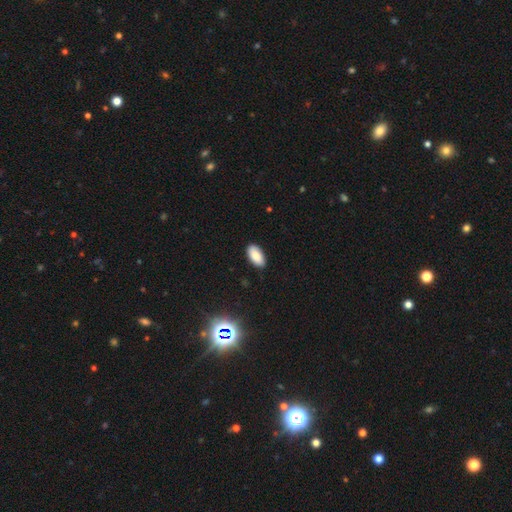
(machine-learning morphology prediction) type=smooth (86%); roundness=in between (95%); merging=none (88%).